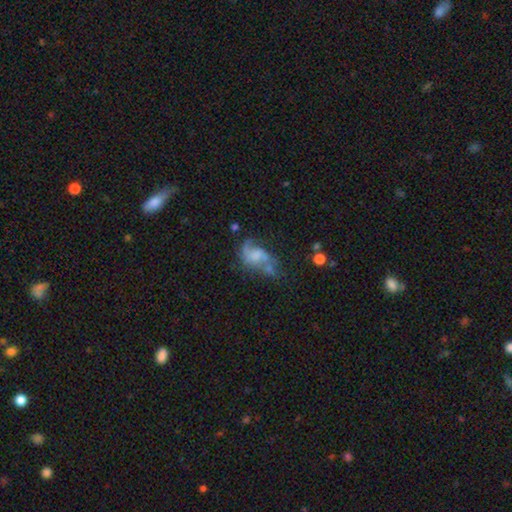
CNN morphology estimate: Smooth or featured: featured or disk — 60% (smooth — 28%)
Edge-on disk: no — 97% (yes — 3%)
Bar: no — 65% (weak — 29%)
Spiral arms: yes — 73% (no — 27%)
Bulge size: none — 36% (moderate — 26%)
Merging: major disturbance — 30% (none — 28%)